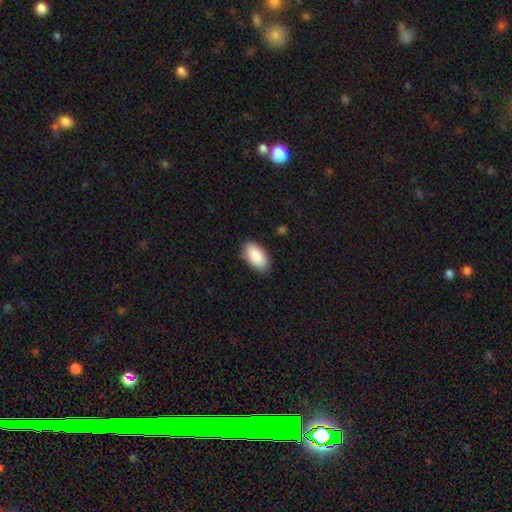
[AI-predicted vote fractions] smooth 90%, star or artifact 6%, featured or disk 4%. Down the decision tree: how rounded — in between (95%); merging — none (86%).